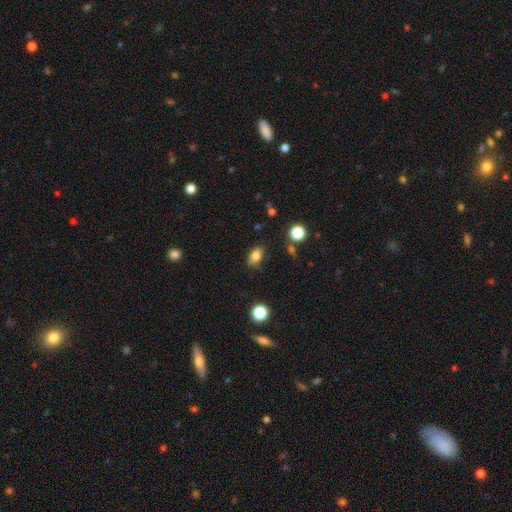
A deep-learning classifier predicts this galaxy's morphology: smooth 82%, star or artifact 11%, featured or disk 7%. Down the decision tree: how rounded — in between (83%); merging — none (76%).